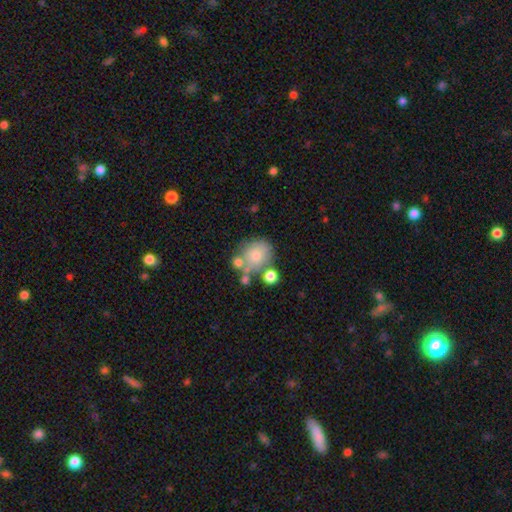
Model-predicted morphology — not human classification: Overall: smooth (69%). How rounded: round (70%). Merging: none (50%; merger 24%).